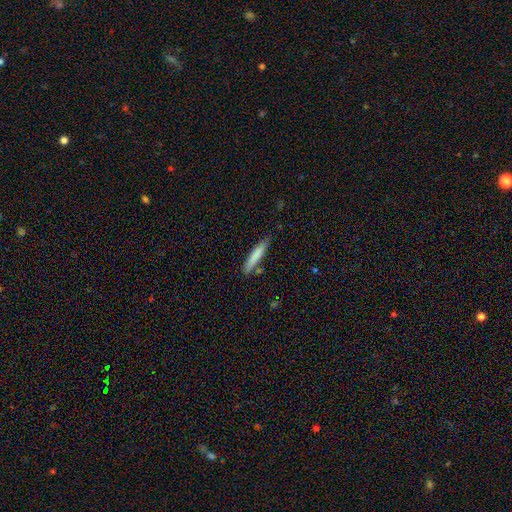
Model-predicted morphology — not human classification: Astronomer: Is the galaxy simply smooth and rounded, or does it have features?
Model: smooth — 79%.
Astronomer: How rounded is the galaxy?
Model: cigar-shaped — 90%.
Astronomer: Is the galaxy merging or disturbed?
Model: none — 79%.